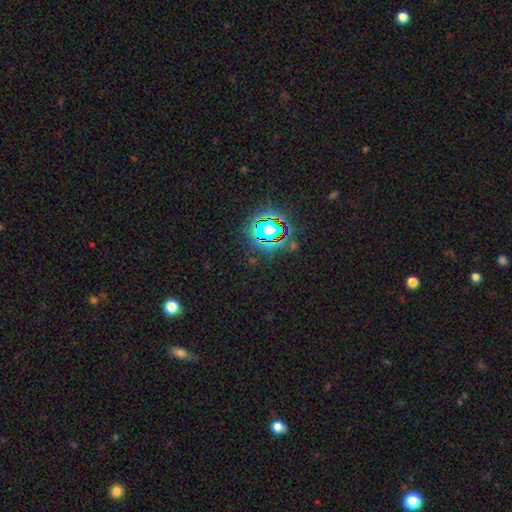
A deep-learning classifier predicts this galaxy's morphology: star or artifact 78%, smooth 13%, featured or disk 9%.